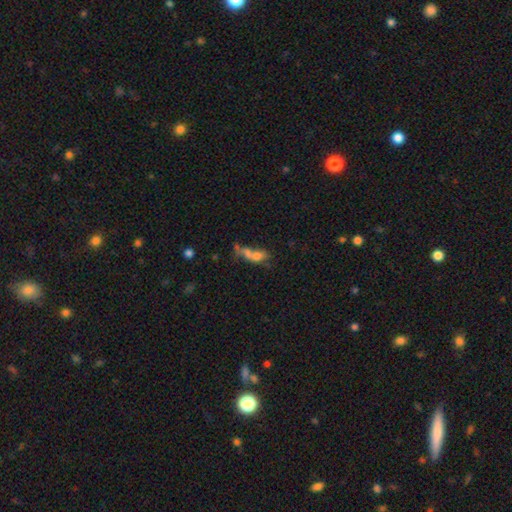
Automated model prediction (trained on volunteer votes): Smooth or featured? smooth (55%)
How rounded? in between (65%)
Merging? merger (50%)